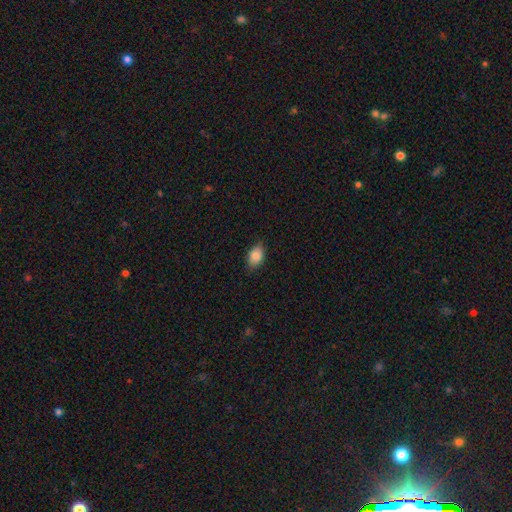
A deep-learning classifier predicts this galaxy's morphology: type=smooth (86%); roundness=in between (86%); merging=none (81%).